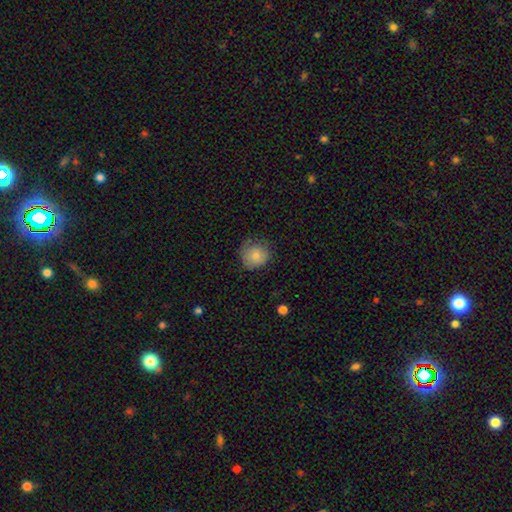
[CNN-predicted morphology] Smooth or featured: smooth — 80% (featured or disk — 12%)
How rounded: round — 87% (in between — 12%)
Merging: none — 65% (minor disturbance — 26%)